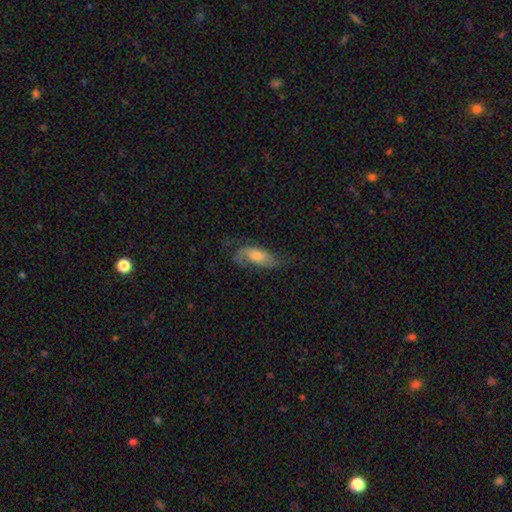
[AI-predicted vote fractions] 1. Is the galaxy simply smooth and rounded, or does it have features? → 63% featured or disk, 26% smooth, 10% star or artifact.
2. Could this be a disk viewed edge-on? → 84% no, 16% yes.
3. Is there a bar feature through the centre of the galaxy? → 63% no, 27% weak, 9% strong.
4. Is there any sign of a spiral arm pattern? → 88% yes, 12% no.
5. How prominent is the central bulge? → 57% moderate, 31% small, 8% large, 3% none, 2% dominant.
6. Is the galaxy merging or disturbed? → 61% none, 22% minor disturbance, 15% major disturbance, 2% merger.